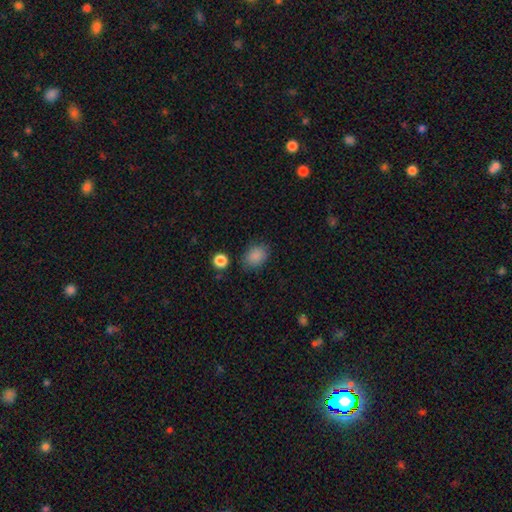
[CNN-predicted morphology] type=smooth (86%); roundness=in between (61%); merging=none (80%).